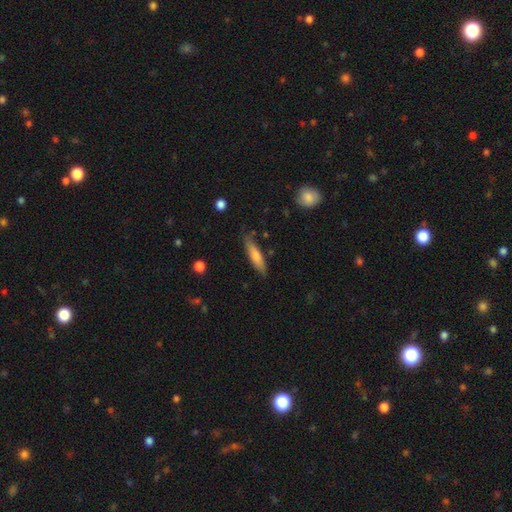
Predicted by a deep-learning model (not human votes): smooth-or-featured: smooth: 66% | featured or disk: 28% | star or artifact: 6%
  how-rounded: cigar-shaped: 78% | in between: 20% | round: 2%
  merging: none: 79% | minor disturbance: 16% | major disturbance: 3% | merger: 2%